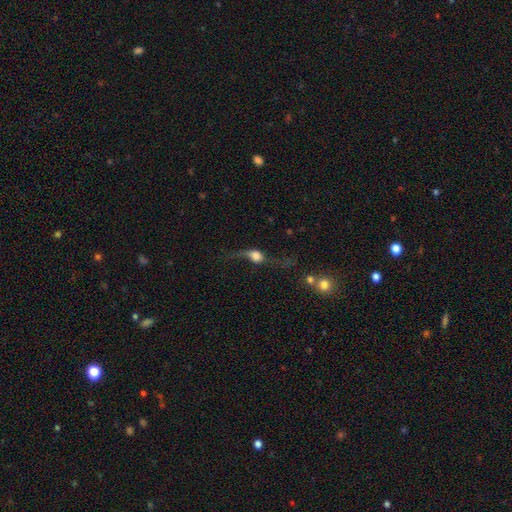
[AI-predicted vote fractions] A featured or disk galaxy (56%). Merging: major disturbance (38%).